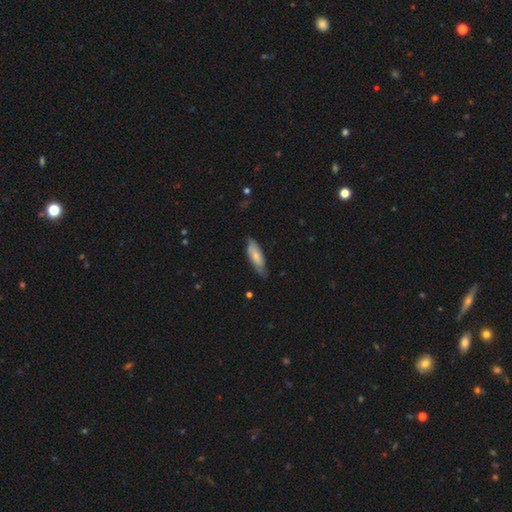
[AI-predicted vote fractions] A smooth galaxy with no disk features (66%) that is in between round and cigar-shaped (56%).

Vote fractions:
- Smooth or featured? smooth: 66% / featured or disk: 29% / star or artifact: 6%
- How rounded? in between: 56% / cigar-shaped: 42% / round: 2%
- Merging? none: 66% / minor disturbance: 28% / major disturbance: 5% / merger: 1%